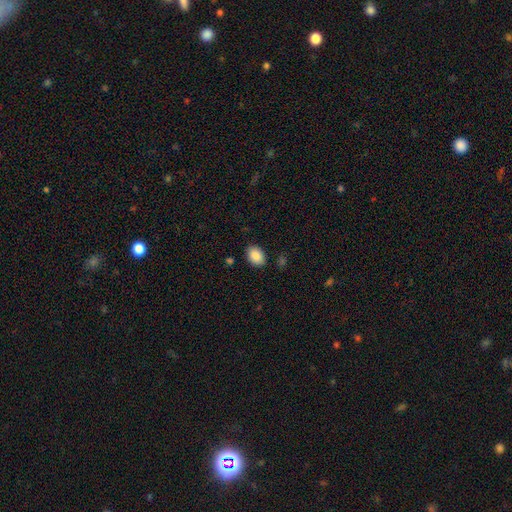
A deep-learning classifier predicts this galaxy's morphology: This is clearly a smooth galaxy (88%). How rounded: likely in between (80%). Merging: clearly none (87%).